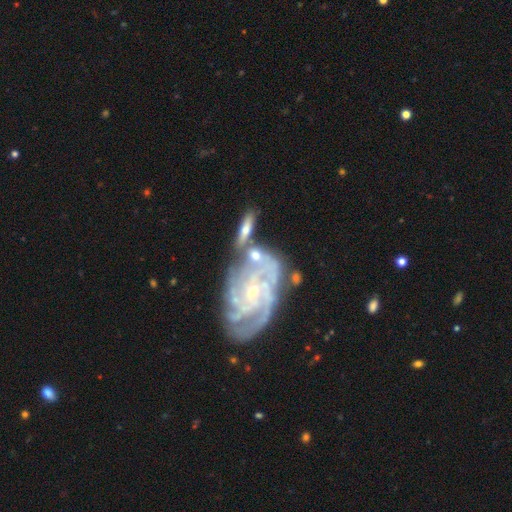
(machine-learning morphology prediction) The model was most divided on "spiral arm count" (2-way tie): 4: 26%, can't tell: 26%, 3: 22%, more than 4: 10%, 2: 9%, 1: 6%. Remaining: edge-on disk — no (90%); spiral arms — yes (85%); smooth or featured — featured or disk (74%); bar — no (65%); bulge size — small (57%); spiral winding — tight (55%); merging — none (45%).